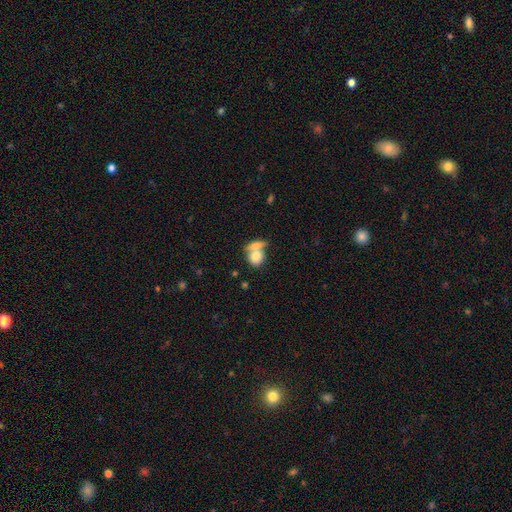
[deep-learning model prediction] Smooth or featured? Predicted: smooth (p=0.78). How rounded? Predicted: round (p=0.55). Merging? Predicted: merger (p=0.58).